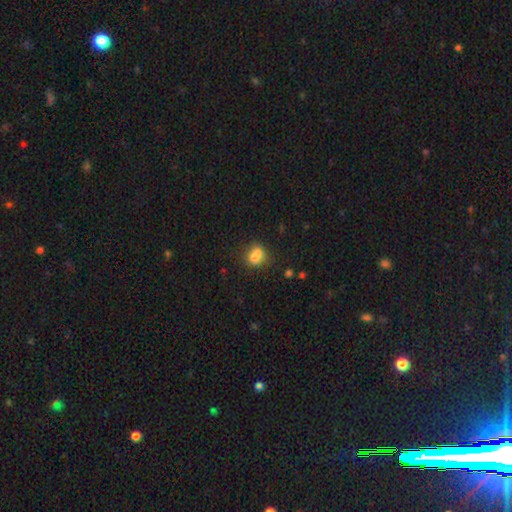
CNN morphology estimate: Smooth or featured?
  - smooth: 70% *
  - featured or disk: 18%
  - star or artifact: 12%
How rounded?
  - round: 68% *
  - in between: 31%
  - cigar-shaped: 1%
Merging?
  - merger: 55% *
  - none: 32%
  - minor disturbance: 9%
  - major disturbance: 4%